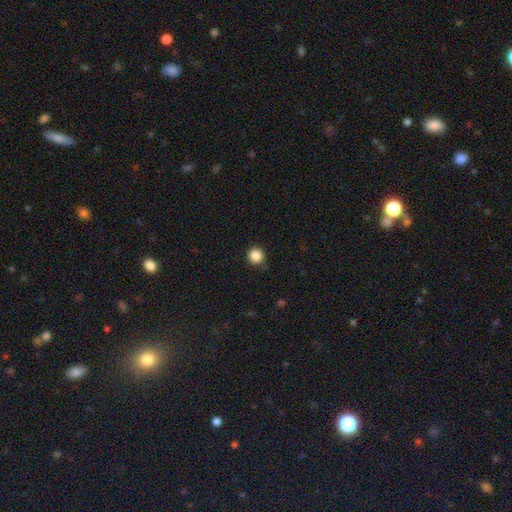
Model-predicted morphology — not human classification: This appears to be a smooth galaxy with no disk features (86%) that is round (94%). Merging: none (87%).